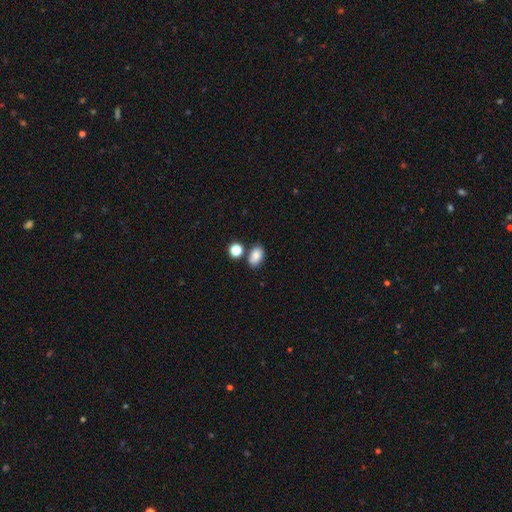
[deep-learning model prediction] A smooth galaxy with no disk features (83%) that is in between round and cigar-shaped (85%).

Vote fractions:
- Smooth or featured? smooth: 83% / star or artifact: 10% / featured or disk: 7%
- How rounded? in between: 85% / round: 13% / cigar-shaped: 2%
- Merging? none: 74% / merger: 12% / minor disturbance: 11% / major disturbance: 3%